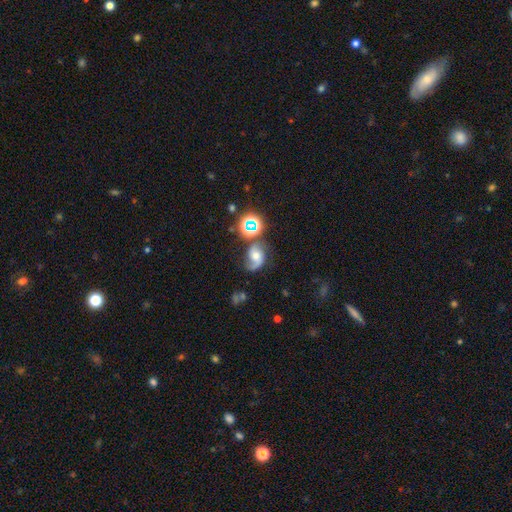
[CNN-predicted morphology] Smooth or featured? Predicted: featured or disk (p=0.65). Edge-on disk? Predicted: no (p=0.97). Bar? Predicted: no (p=0.59). Spiral arms? Predicted: yes (p=0.92). Spiral winding? Predicted: loose (p=0.45). Spiral arm count? Predicted: 2 (p=0.66). Bulge size? Predicted: moderate (p=0.60). Merging? Predicted: none (p=0.54).